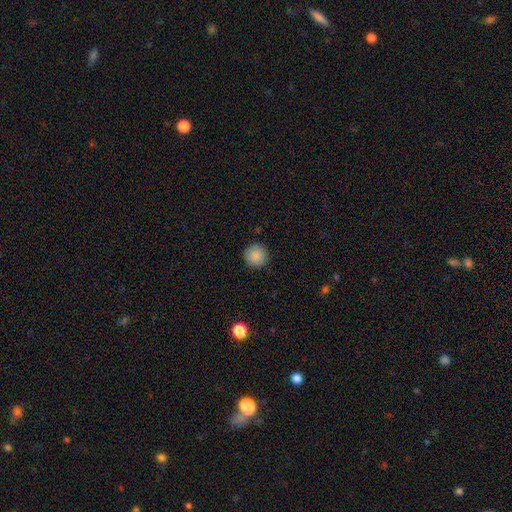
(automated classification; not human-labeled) smooth 88%, star or artifact 8%, featured or disk 4%. Down the decision tree: how rounded — round (96%); merging — none (92%).